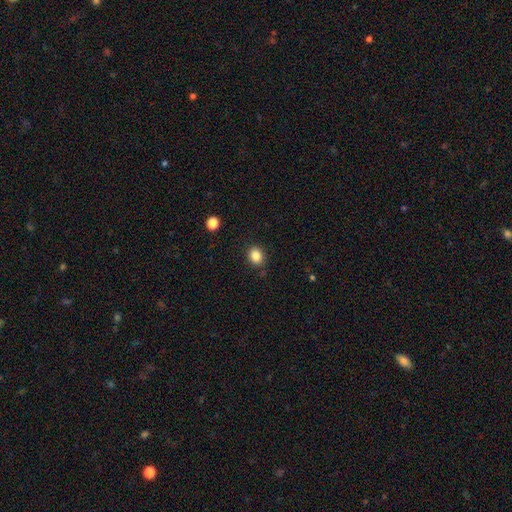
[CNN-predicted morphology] Smooth or featured: smooth — 85% (star or artifact — 11%)
How rounded: round — 64% (in between — 35%)
Merging: none — 87% (minor disturbance — 9%)